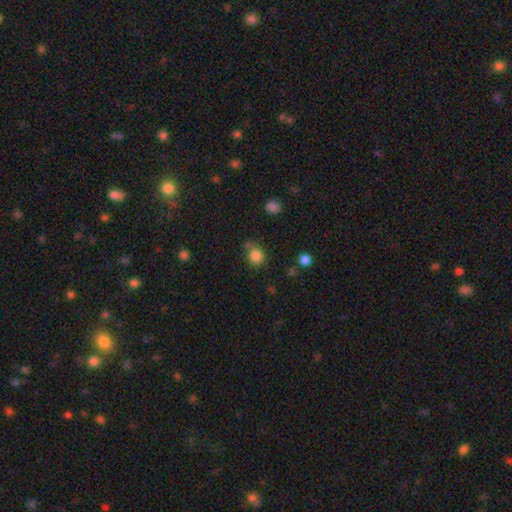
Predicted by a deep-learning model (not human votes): Smooth or featured: smooth — 84% (star or artifact — 12%)
How rounded: round — 86% (in between — 13%)
Merging: none — 68% (minor disturbance — 15%)